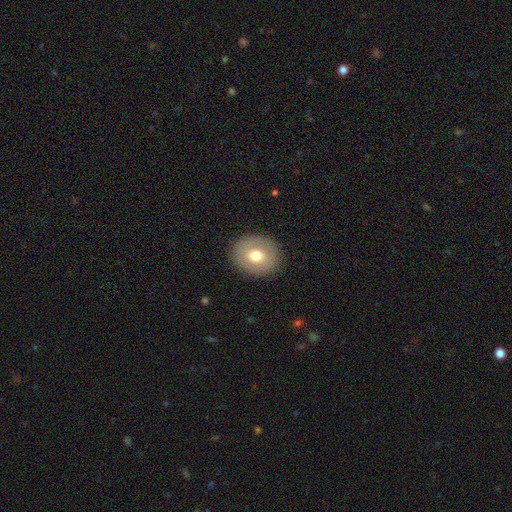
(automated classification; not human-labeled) smooth_or_featured: smooth (p=0.65) [alt: featured or disk p=0.27]
how_rounded: round (p=0.72) [alt: in between p=0.27]
merging: none (p=0.88) [alt: minor disturbance p=0.08]